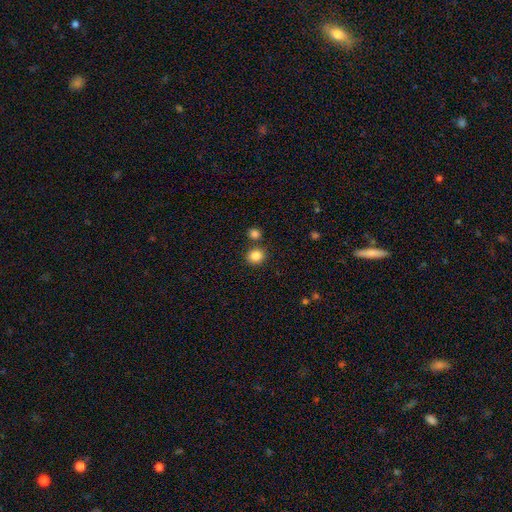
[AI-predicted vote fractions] The model was most divided on "how rounded": round: 77%, in between: 22%, cigar-shaped: 1%. More confident: smooth or featured — smooth (85%); merging — none (78%).